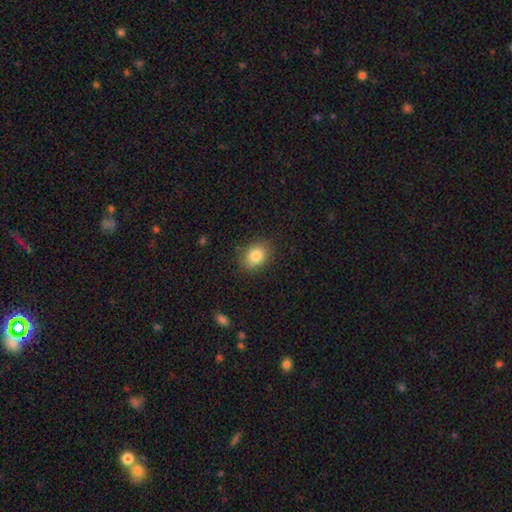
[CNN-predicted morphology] The model was most divided on "how rounded": in between: 59%, round: 40%, cigar-shaped: 1%. More confident: merging — none (84%); smooth or featured — smooth (83%).